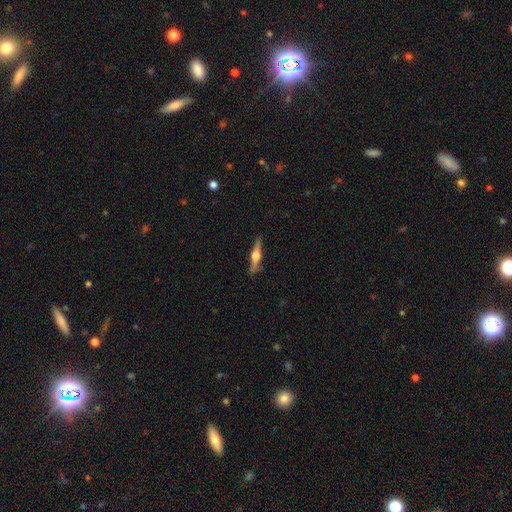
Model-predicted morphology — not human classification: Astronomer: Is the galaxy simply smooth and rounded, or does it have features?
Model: featured or disk — 74%.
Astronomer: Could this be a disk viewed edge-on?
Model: yes — 97%.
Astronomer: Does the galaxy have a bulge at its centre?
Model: rounded — 94%.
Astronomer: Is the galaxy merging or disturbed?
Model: none — 86%.